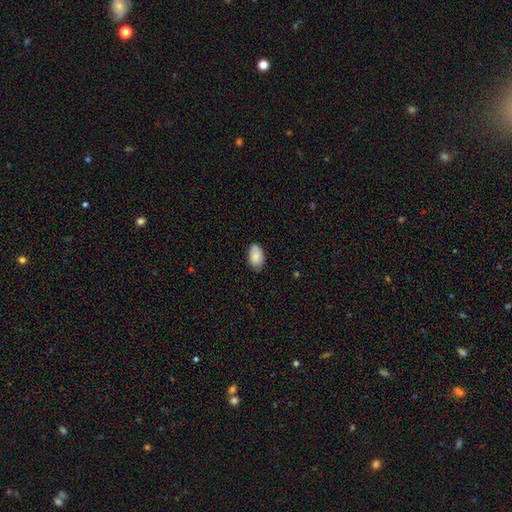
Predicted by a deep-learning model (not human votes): This appears to be a smooth galaxy with no disk features (85%) that is in between round and cigar-shaped (93%). Merging: none (77%).